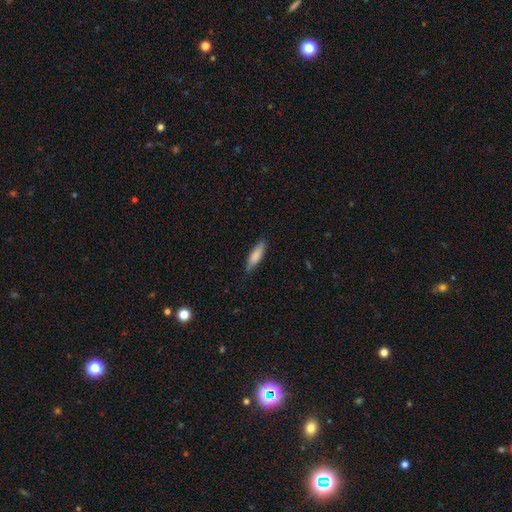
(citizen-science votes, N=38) A smooth galaxy with no disk features (74%) that is cigar-shaped (71%).

Vote fractions:
- Smooth or featured? smooth: 74% / featured or disk: 24% / star or artifact: 3%
- How rounded? cigar-shaped: 71% / in between: 29% / round: 0%
- Merging? none: 76% / minor disturbance: 22% / merger: 3% / major disturbance: 0%